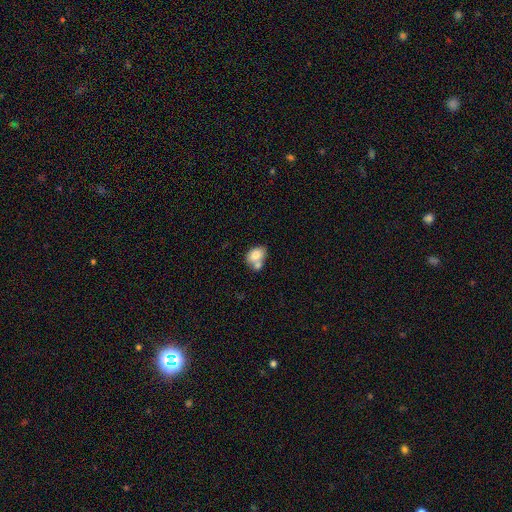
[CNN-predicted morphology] smooth 79%, featured or disk 14%, star or artifact 8%. Down the decision tree: how rounded — in between (81%); merging — merger (48%).